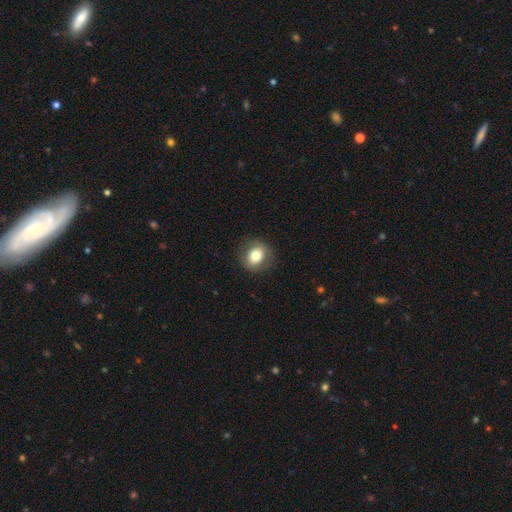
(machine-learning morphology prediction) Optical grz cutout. It shows a smooth galaxy with no disk features (76%) that is round (67%). Merging: none (86%).